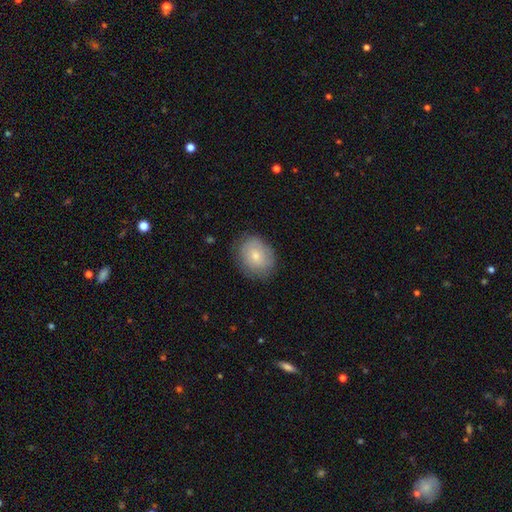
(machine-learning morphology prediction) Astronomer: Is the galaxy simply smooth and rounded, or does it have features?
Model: smooth — 71%.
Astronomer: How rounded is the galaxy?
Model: in between — 52% (runner-up: round, 47%).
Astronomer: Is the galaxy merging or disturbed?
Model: none — 78%.